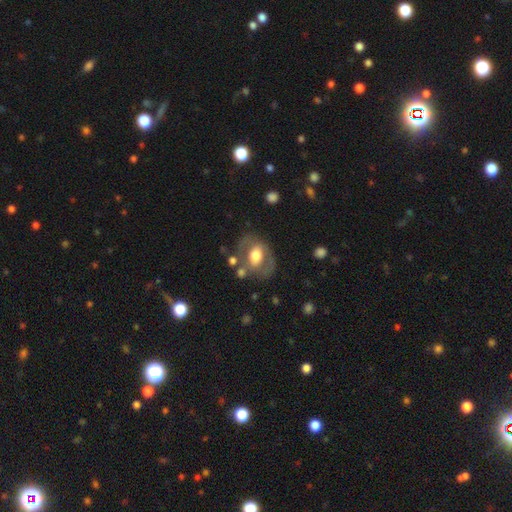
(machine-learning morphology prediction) Smooth or featured? Predicted: featured or disk (p=0.48). Merging? Predicted: none (p=0.62).